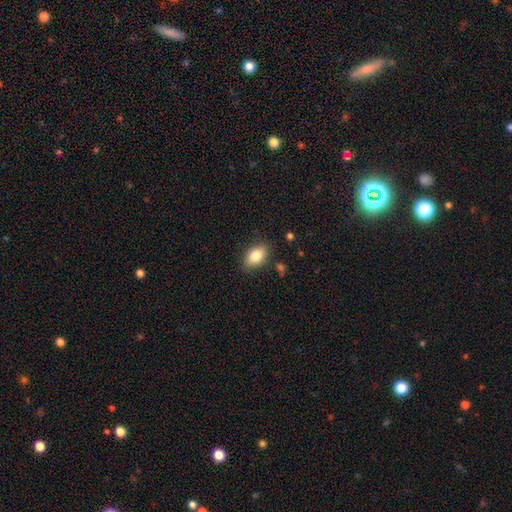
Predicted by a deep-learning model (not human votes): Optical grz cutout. It shows a smooth galaxy with no disk features (82%) that is in between round and cigar-shaped (86%). Merging: none (83%).